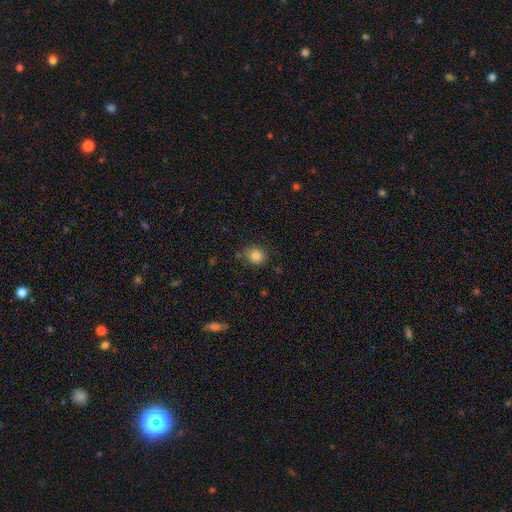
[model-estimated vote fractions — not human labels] smooth 84%, star or artifact 10%, featured or disk 6%. Down the decision tree: how rounded — round (73%); merging — none (76%).